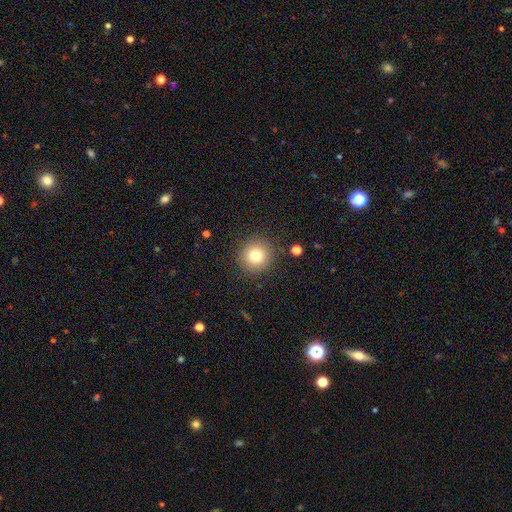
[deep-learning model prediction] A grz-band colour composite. It shows a smooth galaxy with no disk features (78%) that is round (94%). Merging: none (89%).